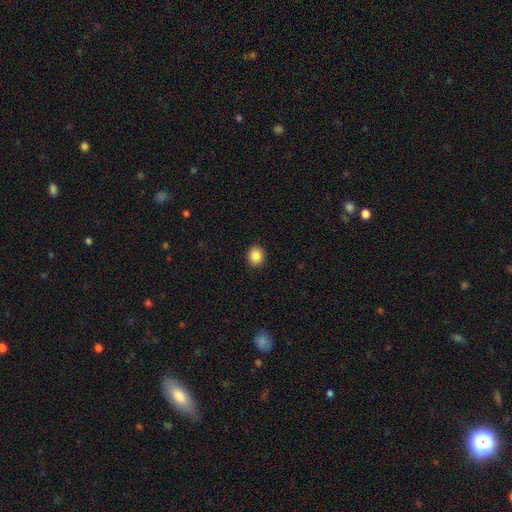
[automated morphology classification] Overall: smooth (87%). How rounded: round (70%). Merging: none (92%).